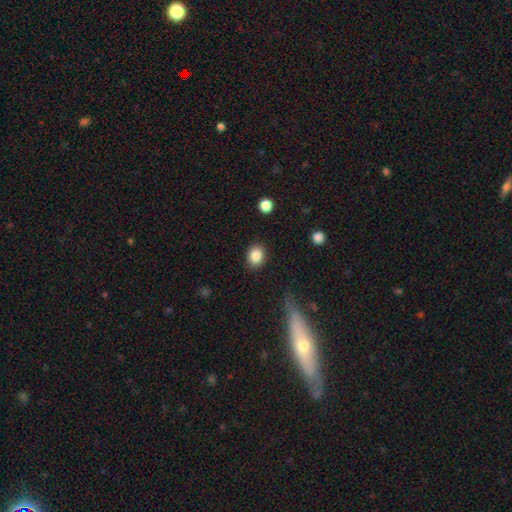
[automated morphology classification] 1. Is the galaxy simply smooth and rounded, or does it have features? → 85% smooth, 9% star or artifact, 6% featured or disk.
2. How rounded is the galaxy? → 57% round, 42% in between, 1% cigar-shaped.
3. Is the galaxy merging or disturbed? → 87% none, 9% minor disturbance, 3% major disturbance, 2% merger.